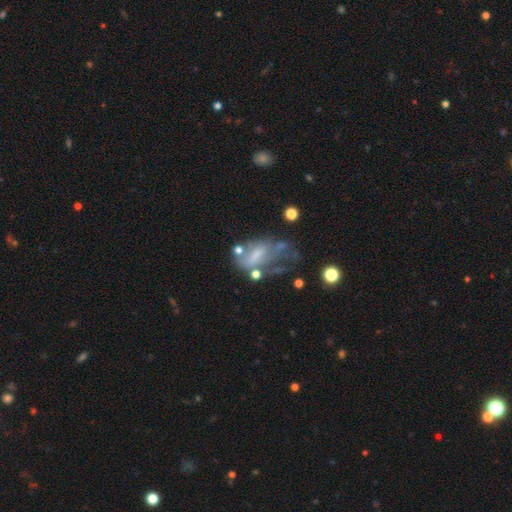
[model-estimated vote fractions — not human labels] featured or disk 52%, smooth 35%, star or artifact 13%. Down the decision tree: edge-on disk — no (92%); merging — major disturbance (43%).